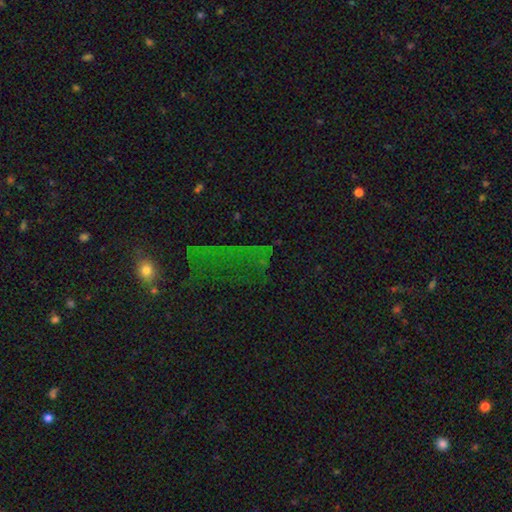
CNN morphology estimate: smooth_or_featured: star or artifact (p=0.65) [alt: smooth p=0.21]